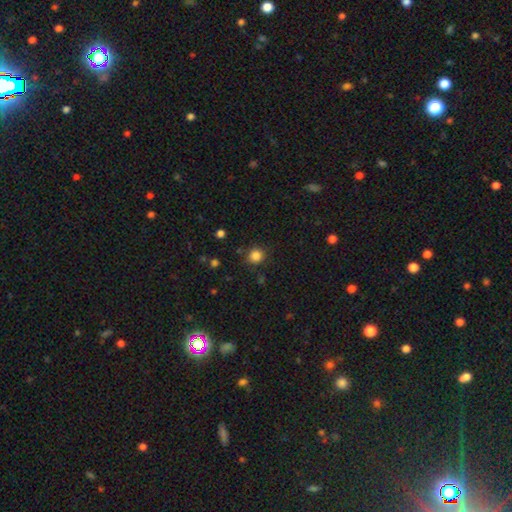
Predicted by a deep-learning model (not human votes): smooth 84%, star or artifact 12%, featured or disk 4%. Down the decision tree: how rounded — round (90%); merging — none (85%).